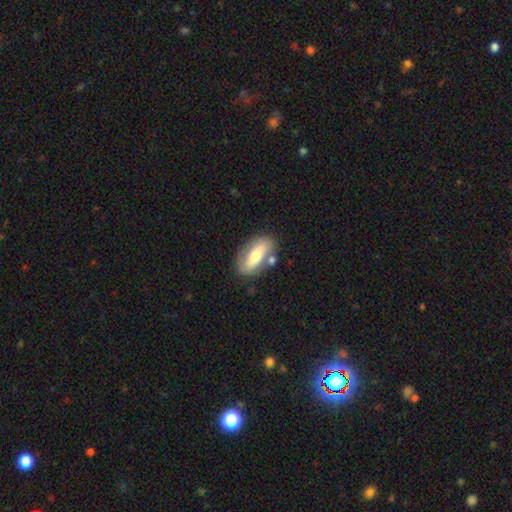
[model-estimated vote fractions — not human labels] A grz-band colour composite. It shows a smooth galaxy with no disk features (54%) that is in between round and cigar-shaped (80%). Merging: none (71%).